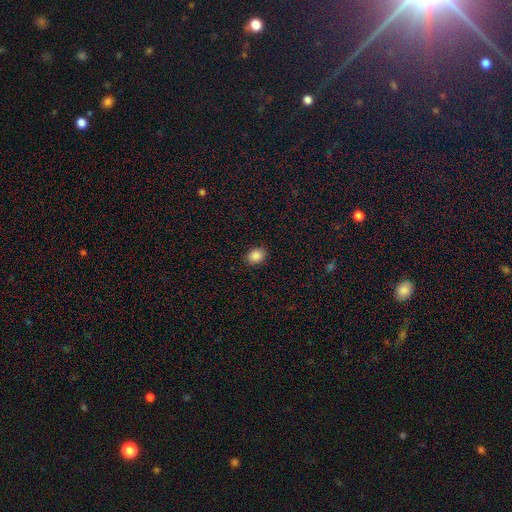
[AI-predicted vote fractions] Smooth or featured? smooth (87%)
How rounded? in between (50%)
Merging? none (89%)